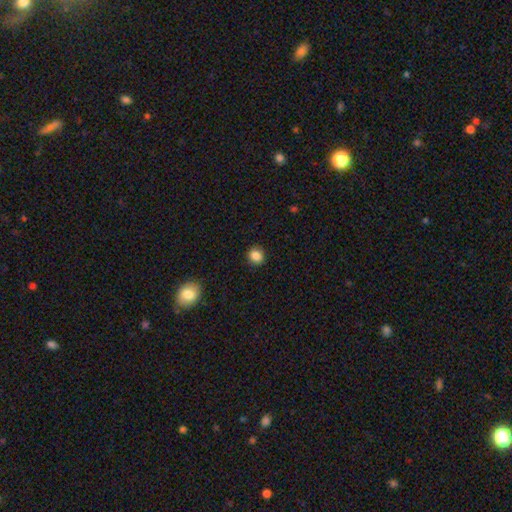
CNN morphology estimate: type=smooth (86%); roundness=round (83%); merging=none (91%).